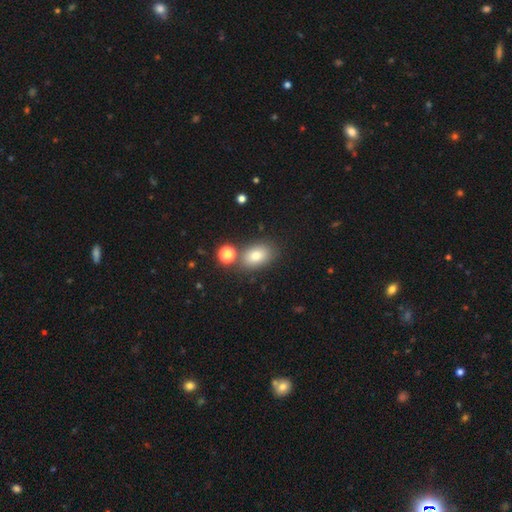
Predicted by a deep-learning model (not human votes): Overall: smooth (78%). How rounded: in between (79%). Merging: none (74%).